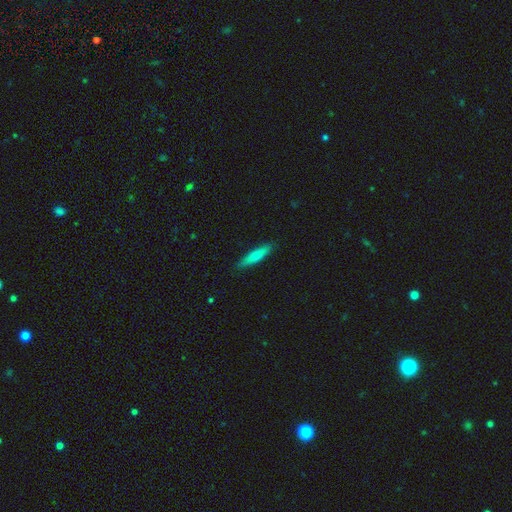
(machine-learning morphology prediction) Smooth or featured? smooth (69%)
How rounded? cigar-shaped (83%)
Merging? none (89%)